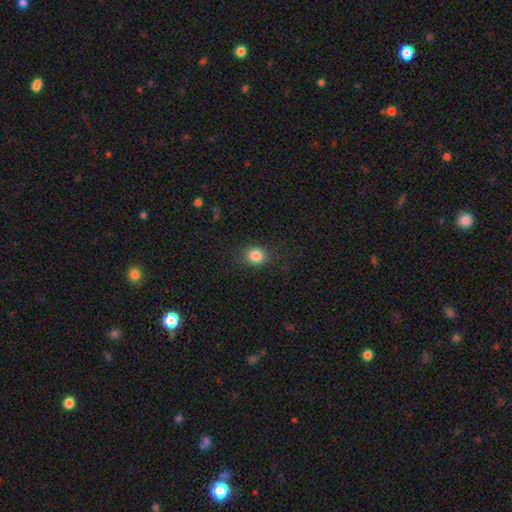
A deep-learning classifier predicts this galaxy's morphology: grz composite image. It shows a smooth galaxy with no disk features (84%) that is round (68%). Merging: none (84%).